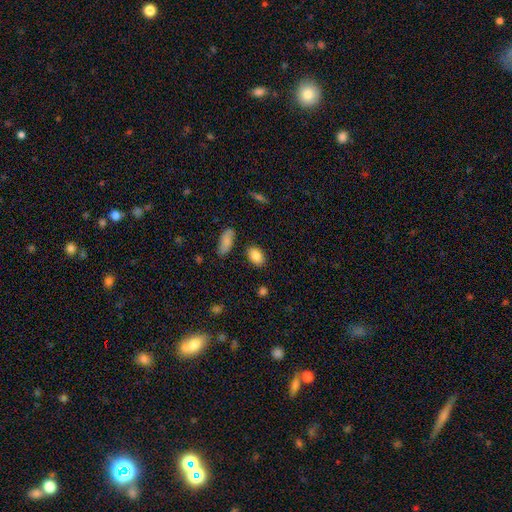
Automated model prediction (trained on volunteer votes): A smooth galaxy with no disk features (86%) that is in between round and cigar-shaped (84%).

Vote fractions:
- Smooth or featured? smooth: 86% / star or artifact: 8% / featured or disk: 6%
- How rounded? in between: 84% / round: 14% / cigar-shaped: 2%
- Merging? none: 84% / minor disturbance: 10% / merger: 3% / major disturbance: 3%